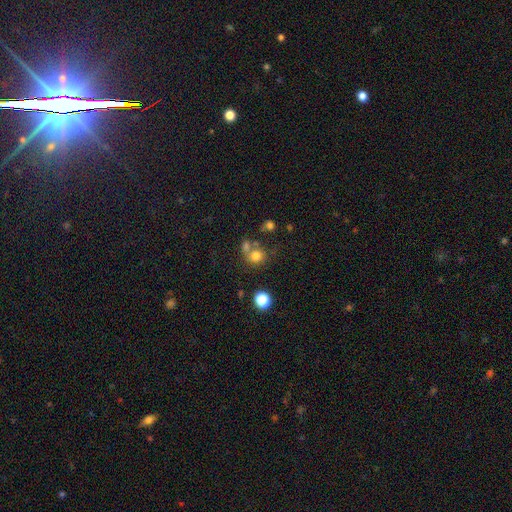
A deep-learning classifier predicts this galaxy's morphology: Smooth or featured? smooth (74%)
How rounded? round (81%)
Merging? none (48%)